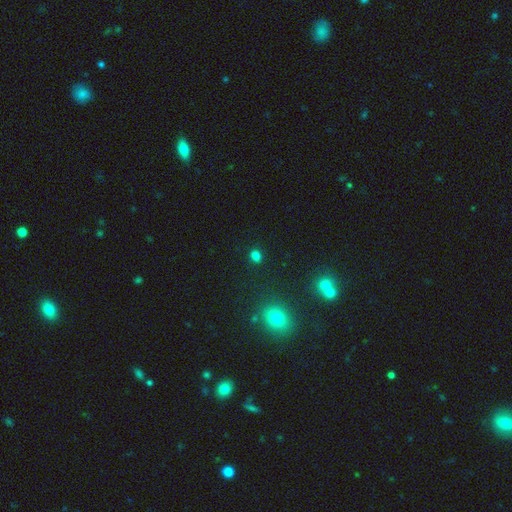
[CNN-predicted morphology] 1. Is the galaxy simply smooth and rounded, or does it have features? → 77% smooth, 18% star or artifact, 5% featured or disk.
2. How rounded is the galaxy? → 60% round, 39% in between, 1% cigar-shaped.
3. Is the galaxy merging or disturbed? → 85% none, 9% minor disturbance, 4% merger, 3% major disturbance.